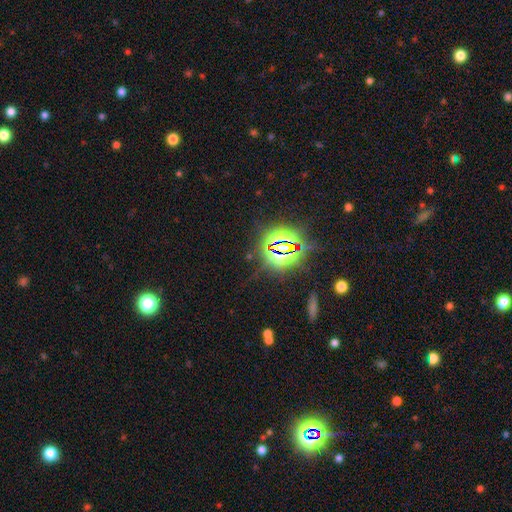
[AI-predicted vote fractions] A star or artifact, not a galaxy (82%).

Vote fractions:
- Smooth or featured? star or artifact: 82% / smooth: 11% / featured or disk: 6%